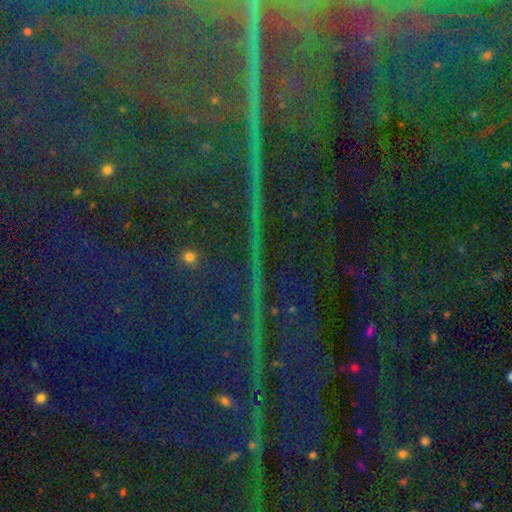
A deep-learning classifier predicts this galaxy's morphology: Smooth or featured: star or artifact — 86% (featured or disk — 7%)